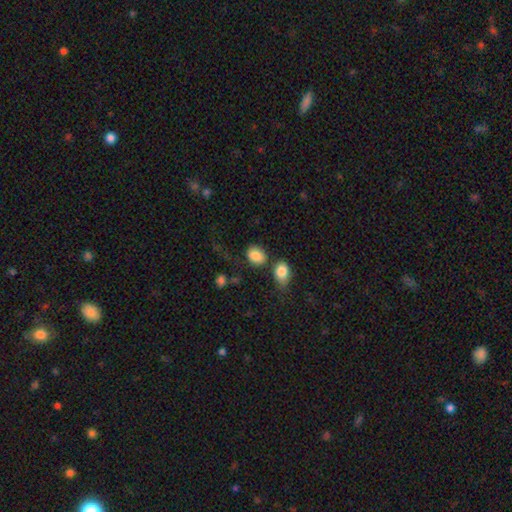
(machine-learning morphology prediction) smooth 85%, star or artifact 8%, featured or disk 7%. Down the decision tree: how rounded — in between (63%); merging — none (61%).